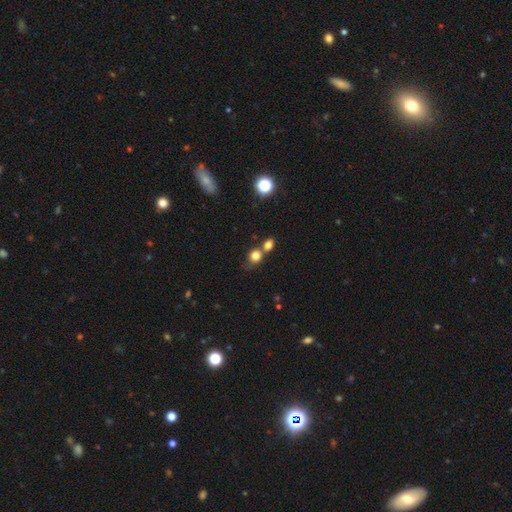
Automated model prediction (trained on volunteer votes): Morphology: type=smooth (79%); roundness=round (74%); merging=none (46%).